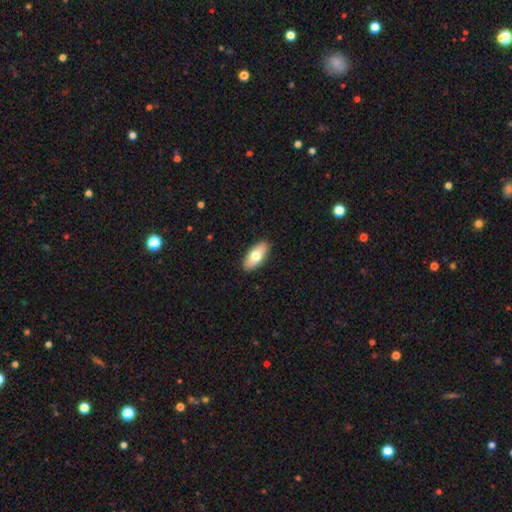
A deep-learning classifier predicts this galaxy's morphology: Smooth or featured? smooth (71%)
How rounded? in between (86%)
Merging? none (90%)